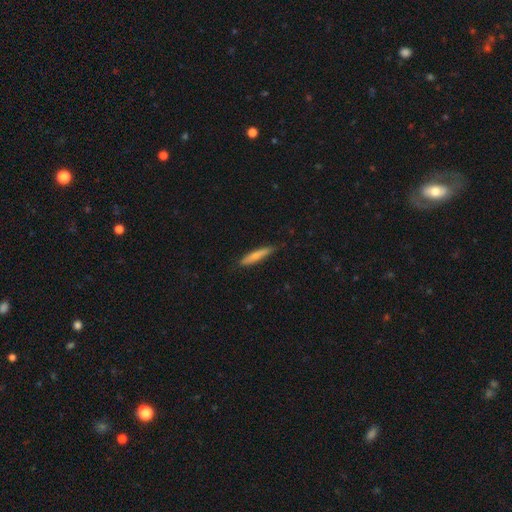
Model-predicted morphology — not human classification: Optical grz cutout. It shows a smooth galaxy with no disk features (71%) that is cigar-shaped (89%). Merging: none (81%).